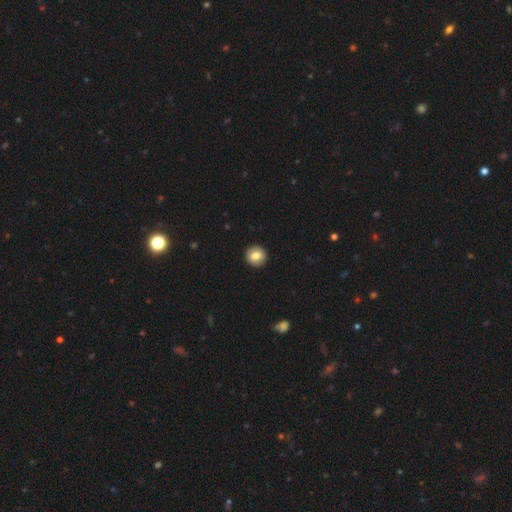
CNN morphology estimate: Smooth or featured: smooth — 79% (featured or disk — 13%)
How rounded: round — 92% (in between — 7%)
Merging: none — 92% (minor disturbance — 5%)